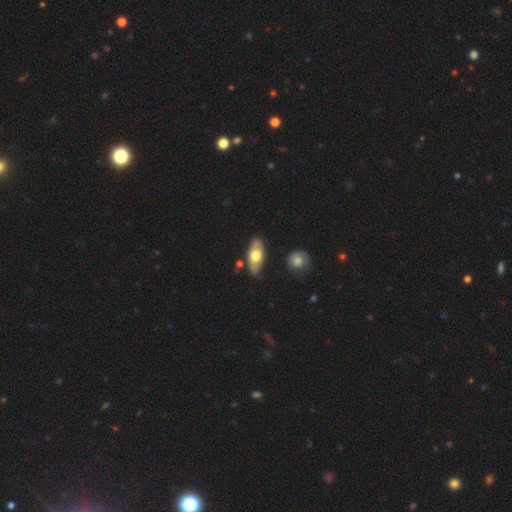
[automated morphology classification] type=smooth (63%); roundness=in between (86%); merging=none (81%).